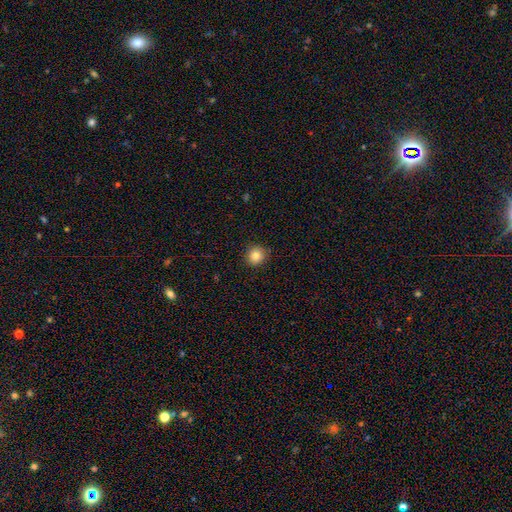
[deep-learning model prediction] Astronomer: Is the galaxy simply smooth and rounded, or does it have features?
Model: smooth — 83%.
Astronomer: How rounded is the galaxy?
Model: round — 91%.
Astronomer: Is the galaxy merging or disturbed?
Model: none — 90%.